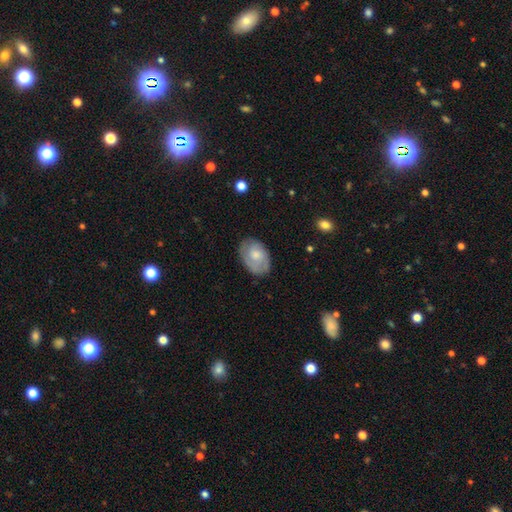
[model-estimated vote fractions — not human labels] A featured or disk galaxy (48%).

Vote fractions:
- Smooth or featured? featured or disk: 48% / smooth: 46% / star or artifact: 6%
- Merging? none: 75% / minor disturbance: 19% / major disturbance: 5% / merger: 1%